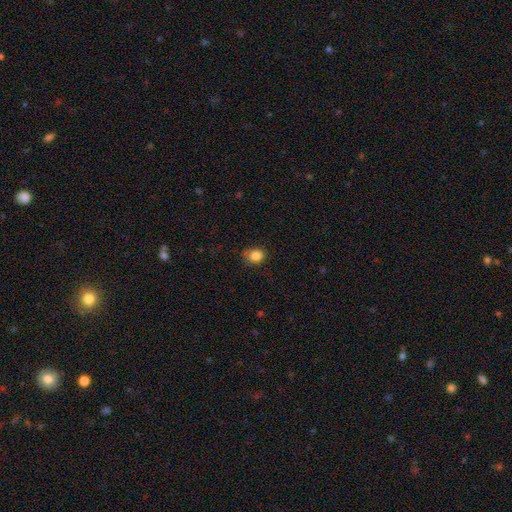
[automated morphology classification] type=smooth (84%); roundness=round (58%); merging=none (72%).